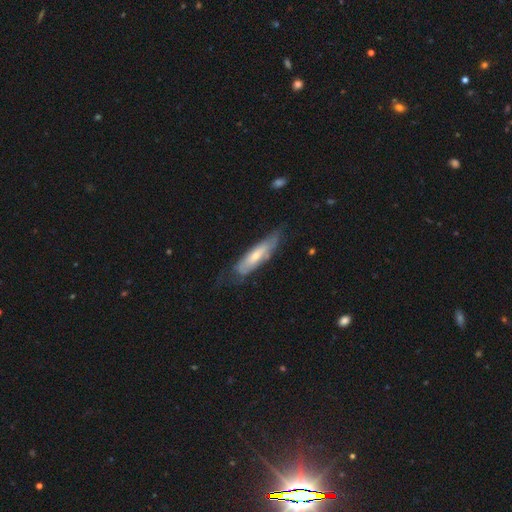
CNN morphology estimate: A featured or disk galaxy (47%, tied with smooth). Merging: none (57%).